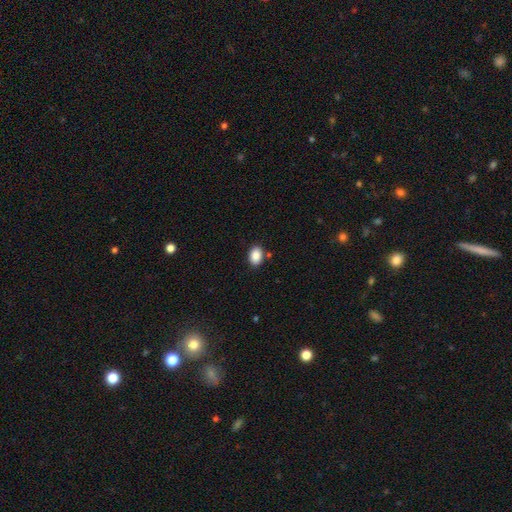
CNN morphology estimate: This is clearly a smooth galaxy (88%). How rounded: likely in between (79%). Merging: clearly none (84%).